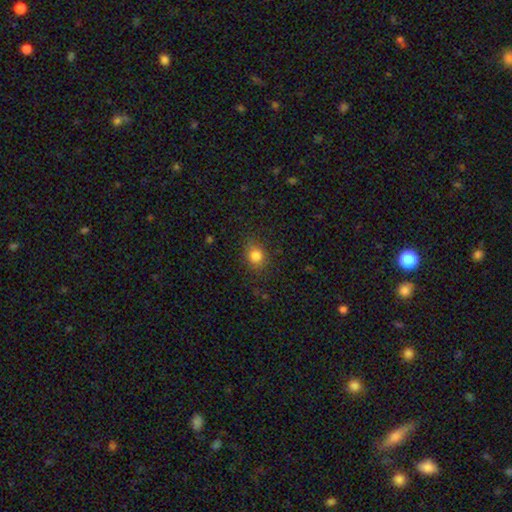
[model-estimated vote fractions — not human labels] A smooth galaxy with no disk features (82%) that is round (70%).

Vote fractions:
- Smooth or featured? smooth: 82% / star or artifact: 12% / featured or disk: 6%
- How rounded? round: 70% / in between: 29% / cigar-shaped: 1%
- Merging? none: 82% / minor disturbance: 13% / major disturbance: 4% / merger: 1%